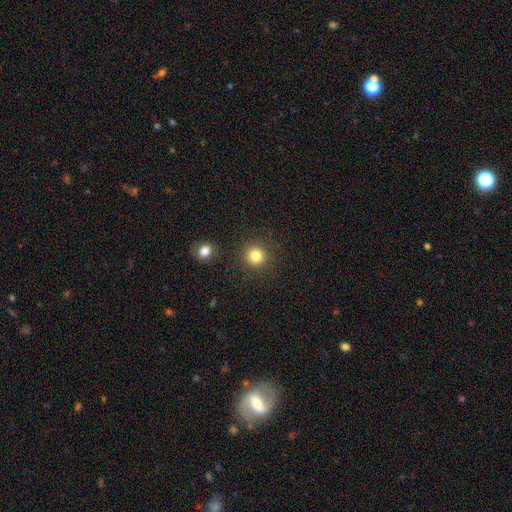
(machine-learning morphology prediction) smooth 82%, star or artifact 13%, featured or disk 5%. Down the decision tree: how rounded — round (94%); merging — none (88%).